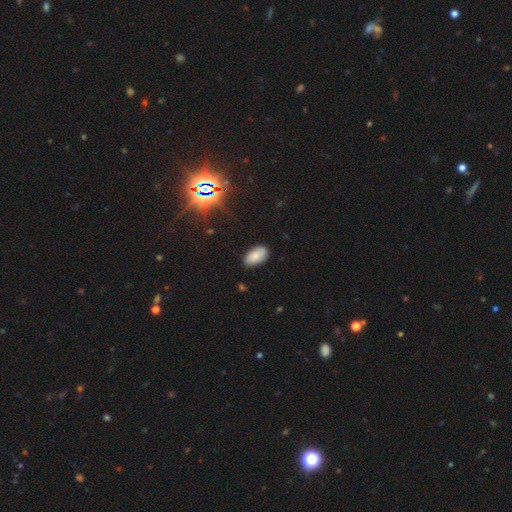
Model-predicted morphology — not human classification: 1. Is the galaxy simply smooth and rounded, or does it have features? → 83% smooth, 10% star or artifact, 8% featured or disk.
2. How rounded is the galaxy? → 95% in between, 3% round, 2% cigar-shaped.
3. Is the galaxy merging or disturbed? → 82% none, 14% minor disturbance, 2% major disturbance, 1% merger.